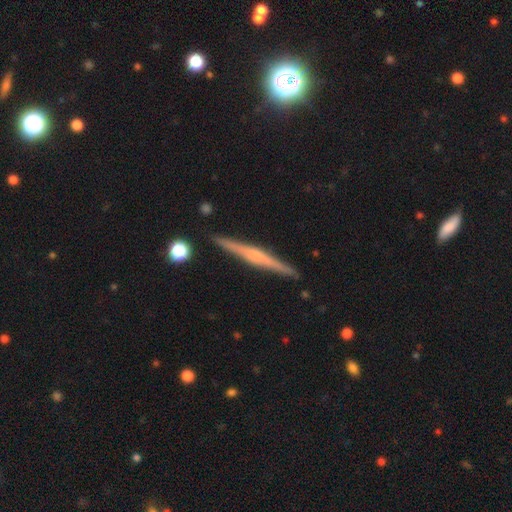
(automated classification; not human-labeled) Smooth or featured?
  - featured or disk: 69% *
  - smooth: 25%
  - star or artifact: 6%
Edge-on disk?
  - yes: 98% *
  - no: 2%
Edge-on bulge?
  - rounded: 53% *
  - none: 28%
  - boxy: 19%
Merging?
  - none: 91% *
  - minor disturbance: 6%
  - merger: 1%
  - major disturbance: 1%